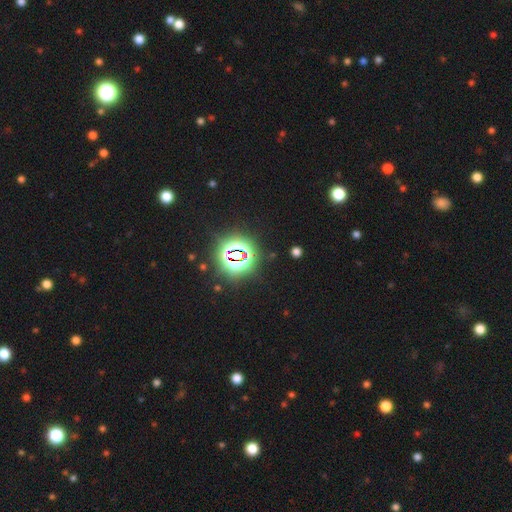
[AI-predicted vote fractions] A star or artifact, not a galaxy (81%).